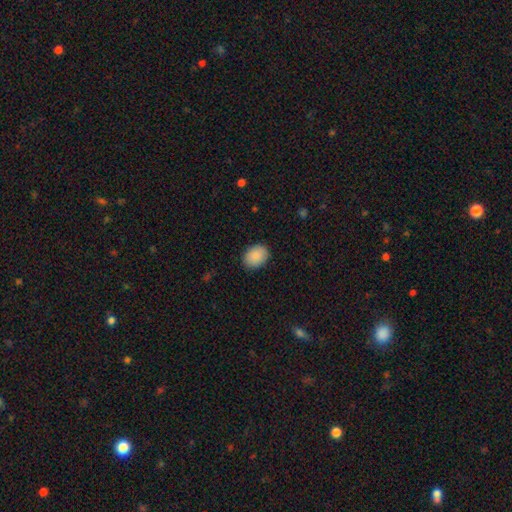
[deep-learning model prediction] Smooth or featured?
  - smooth: 90% *
  - star or artifact: 7%
  - featured or disk: 4%
How rounded?
  - in between: 66% *
  - round: 33%
  - cigar-shaped: 1%
Merging?
  - none: 88% *
  - minor disturbance: 9%
  - major disturbance: 2%
  - merger: 1%